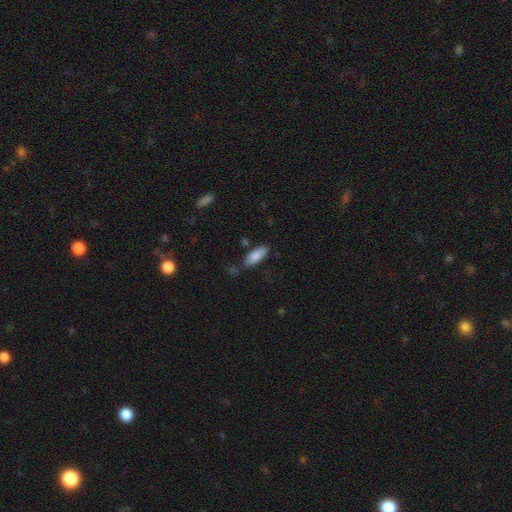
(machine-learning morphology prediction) The model was most divided on "how rounded": in between: 70%, cigar-shaped: 29%, round: 2%. More confident: smooth or featured — smooth (84%); merging — none (72%).